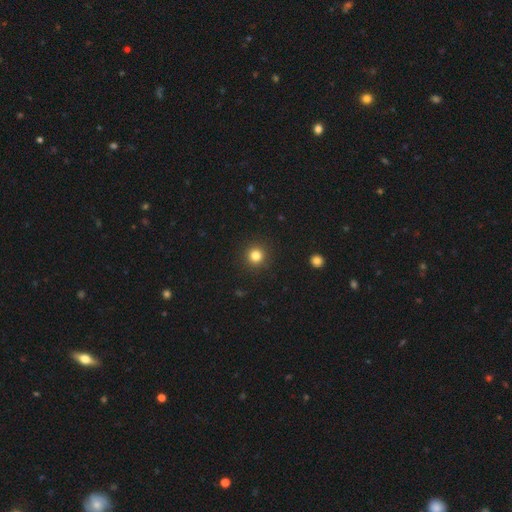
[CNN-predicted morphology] Smooth or featured?
  - smooth: 82% *
  - star or artifact: 13%
  - featured or disk: 5%
How rounded?
  - round: 95% *
  - in between: 4%
  - cigar-shaped: 1%
Merging?
  - none: 92% *
  - minor disturbance: 5%
  - major disturbance: 2%
  - merger: 1%